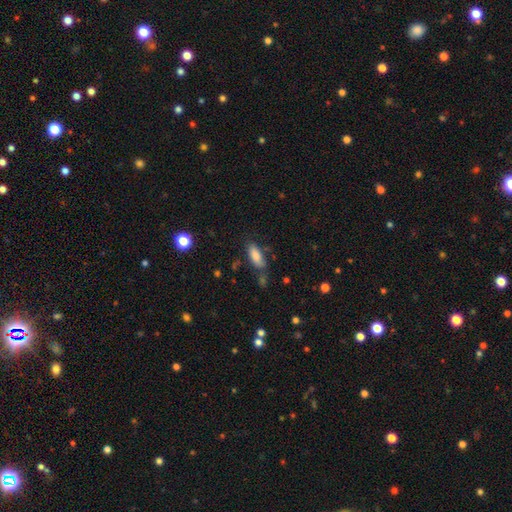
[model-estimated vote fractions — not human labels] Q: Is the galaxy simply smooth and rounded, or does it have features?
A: smooth — 83%.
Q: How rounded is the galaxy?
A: in between — 77%.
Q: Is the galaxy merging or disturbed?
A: none — 67%.